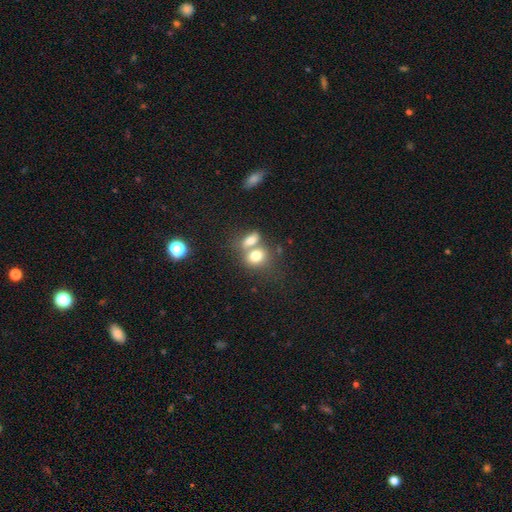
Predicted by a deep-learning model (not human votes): Morphology: type=smooth (76%); roundness=in between (53%); merging=merger (57%).